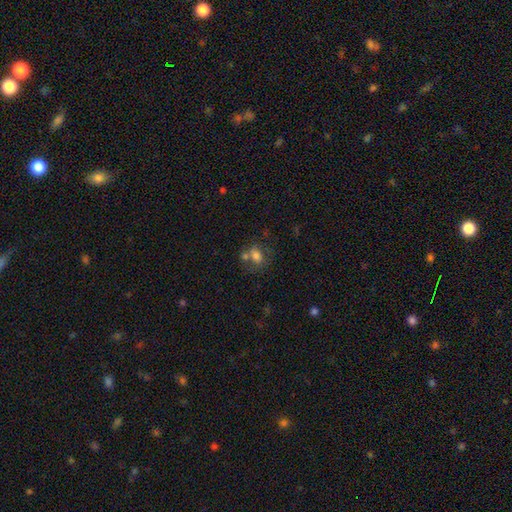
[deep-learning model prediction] Overall: smooth (71%). How rounded: in between (64%; round 34%). Merging: none (39%; merger 36%).